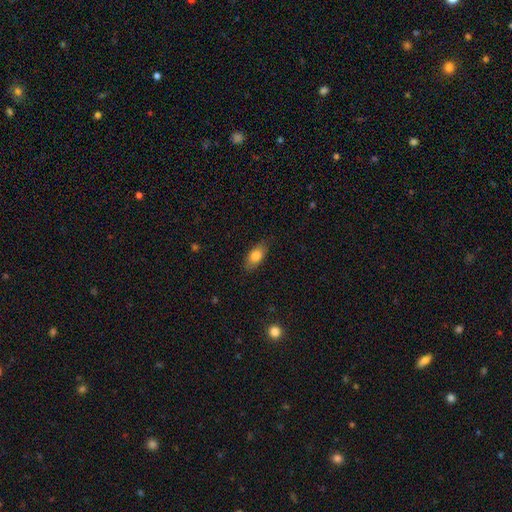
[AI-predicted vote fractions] A smooth galaxy with no disk features (80%) that is in between round and cigar-shaped (86%). Merging: none (84%).